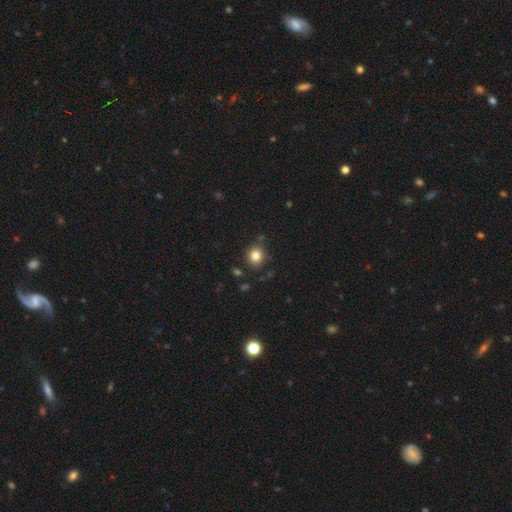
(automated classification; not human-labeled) Smooth or featured: smooth — 82% (star or artifact — 12%)
How rounded: round — 83% (in between — 16%)
Merging: none — 83% (minor disturbance — 10%)